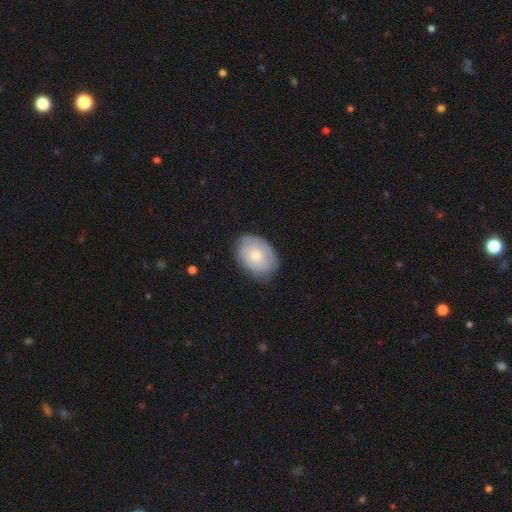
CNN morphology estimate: This appears to be a smooth galaxy with no disk features (65%) that is in between round and cigar-shaped (78%). Merging: none (71%).